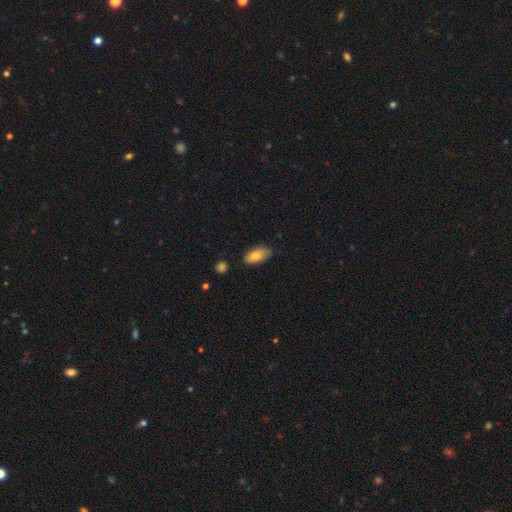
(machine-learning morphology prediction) The model was most divided on "merging": none: 74%, minor disturbance: 21%, major disturbance: 3%, merger: 2%. More confident: how rounded — in between (92%); smooth or featured — smooth (77%).